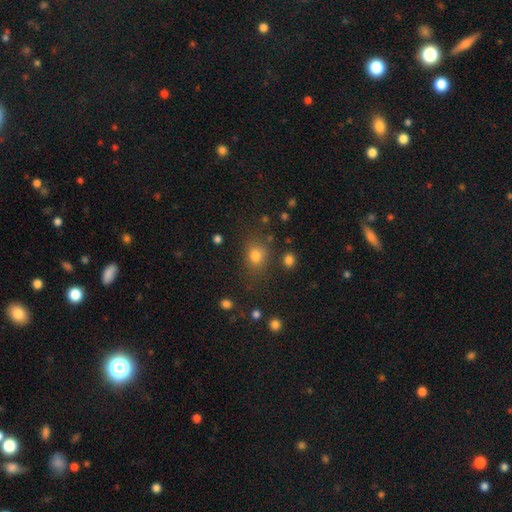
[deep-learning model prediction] A smooth galaxy with no disk features (77%) that is round (65%). Merging: none (76%).